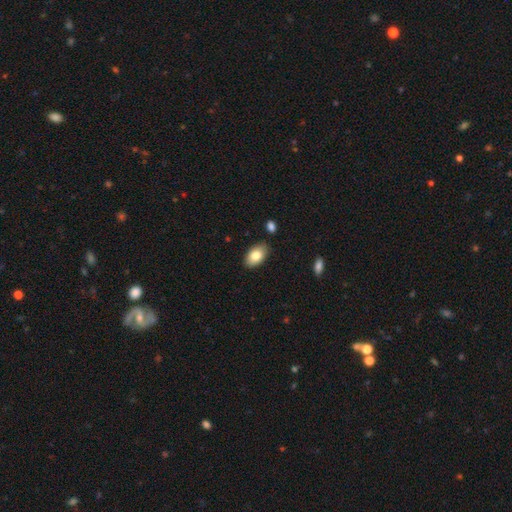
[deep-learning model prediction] smooth 83%, featured or disk 11%, star or artifact 7%. Down the decision tree: how rounded — in between (93%); merging — none (85%).